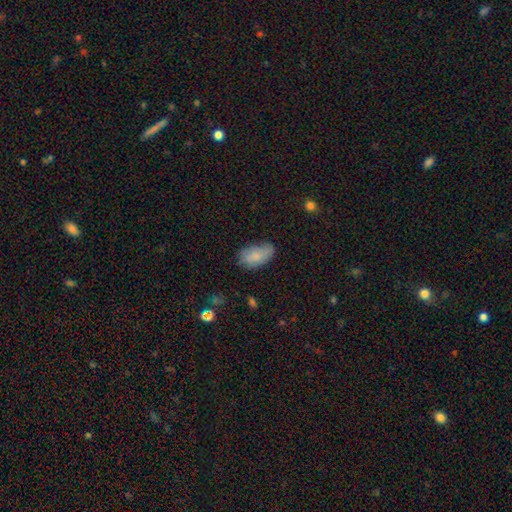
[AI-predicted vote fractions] smooth 80%, featured or disk 12%, star or artifact 8%. Down the decision tree: how rounded — in between (93%); merging — none (61%).